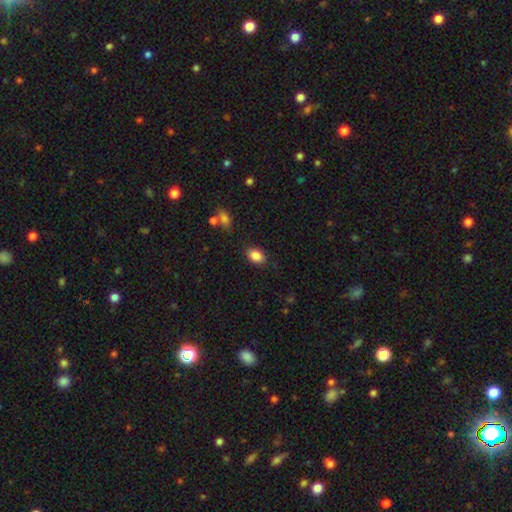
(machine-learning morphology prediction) The model was most divided on "how rounded": in between: 85%, round: 14%, cigar-shaped: 1%. More confident: smooth or featured — smooth (86%); merging — none (84%).